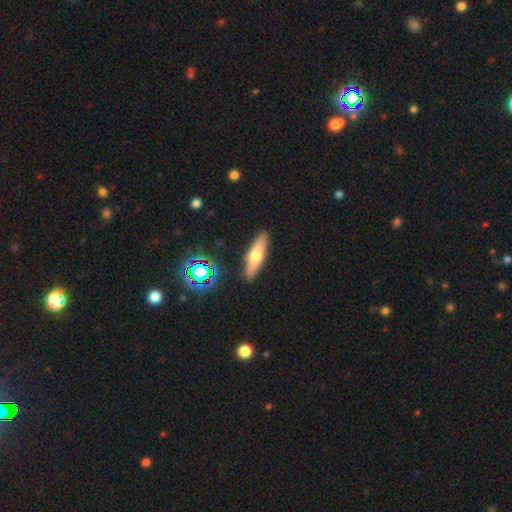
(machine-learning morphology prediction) Smooth or featured? Predicted: smooth (p=0.54). How rounded? Predicted: cigar-shaped (p=0.68). Merging? Predicted: none (p=0.89).